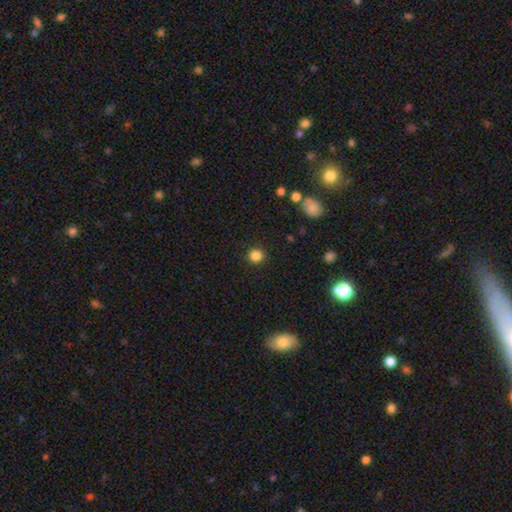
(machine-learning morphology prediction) Overall: smooth (84%). How rounded: round (94%). Merging: none (92%).